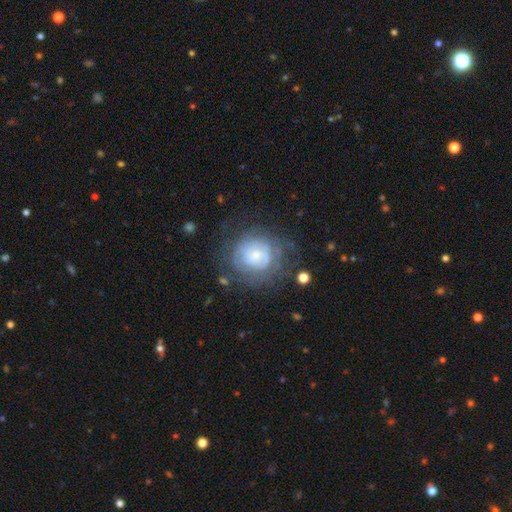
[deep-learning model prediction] Smooth or featured: featured or disk — 55% (smooth — 36%)
Edge-on disk: no — 97% (yes — 3%)
Bar: no — 71% (weak — 24%)
Spiral arms: yes — 69% (no — 31%)
Bulge size: small — 49% (moderate — 27%)
Merging: none — 64% (minor disturbance — 19%)